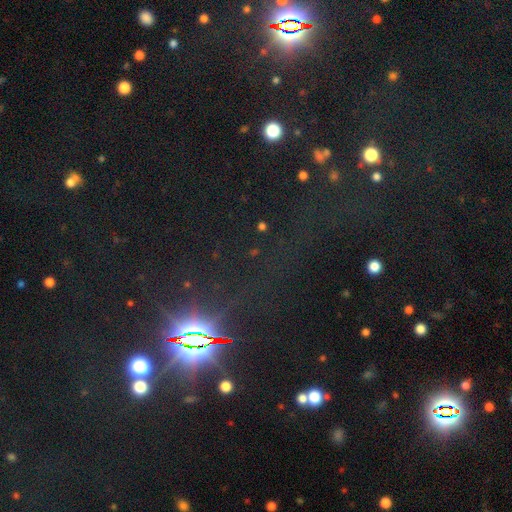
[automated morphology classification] A star or artifact, not a galaxy (76%).